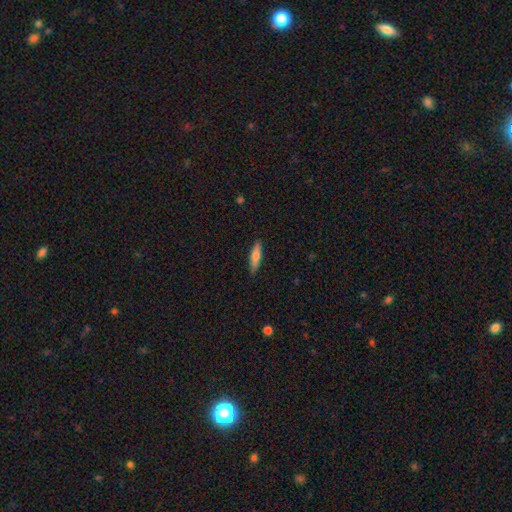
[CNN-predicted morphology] type=smooth (70%); roundness=cigar-shaped (74%); merging=none (87%).